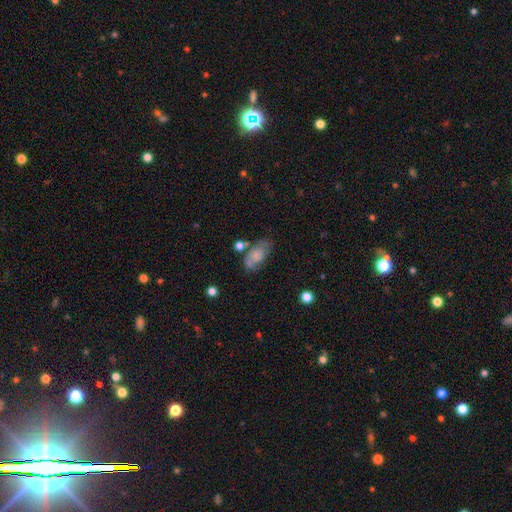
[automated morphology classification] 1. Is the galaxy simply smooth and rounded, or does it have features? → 60% smooth, 31% featured or disk, 9% star or artifact.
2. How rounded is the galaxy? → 90% in between, 6% round, 4% cigar-shaped.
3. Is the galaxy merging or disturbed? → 51% none, 26% minor disturbance, 14% major disturbance, 9% merger.